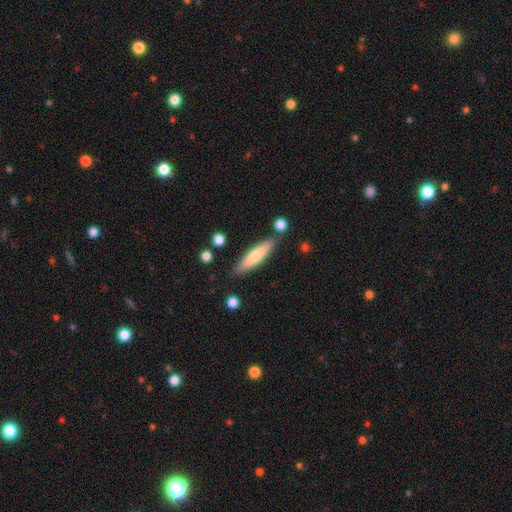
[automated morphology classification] Overall: smooth (63%; featured or disk 32%). How rounded: cigar-shaped (79%). Merging: none (82%).